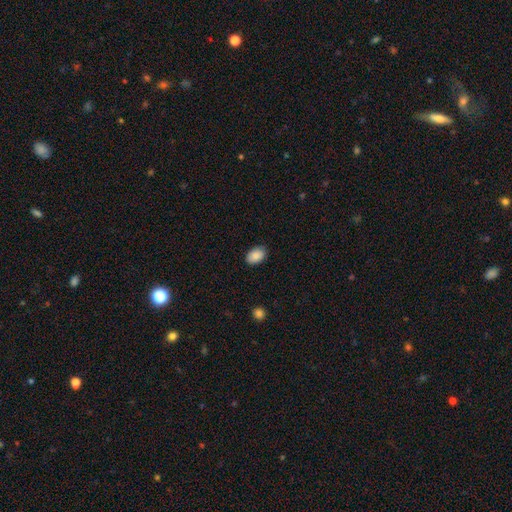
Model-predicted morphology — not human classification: Smooth or featured? smooth (90%)
How rounded? in between (88%)
Merging? none (87%)